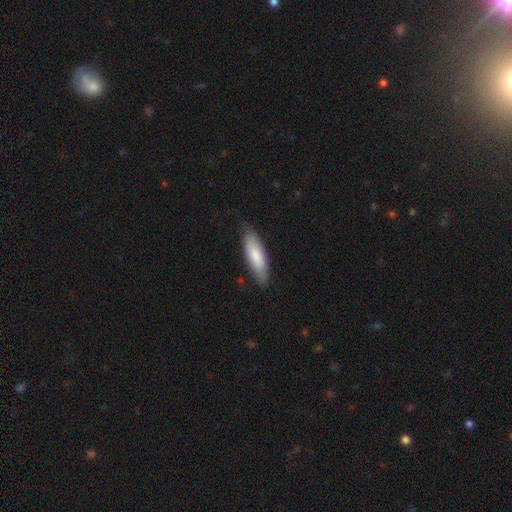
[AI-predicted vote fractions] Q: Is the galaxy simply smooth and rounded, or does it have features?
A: smooth — 77%.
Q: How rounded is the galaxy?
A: in between — 55%.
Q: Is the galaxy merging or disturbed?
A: none — 79%.